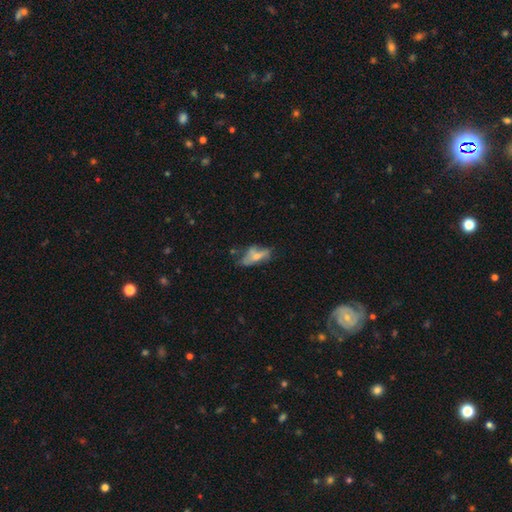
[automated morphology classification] smooth_or_featured: smooth (p=0.46) [alt: featured or disk p=0.45]
merging: none (p=0.39) [alt: minor disturbance p=0.24]